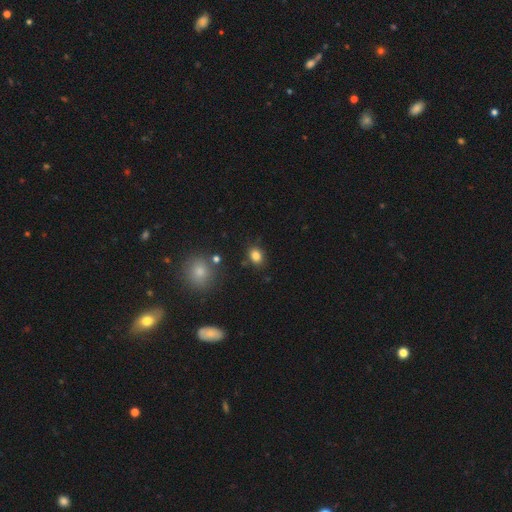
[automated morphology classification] type=smooth (84%); roundness=in between (55%); merging=none (83%).